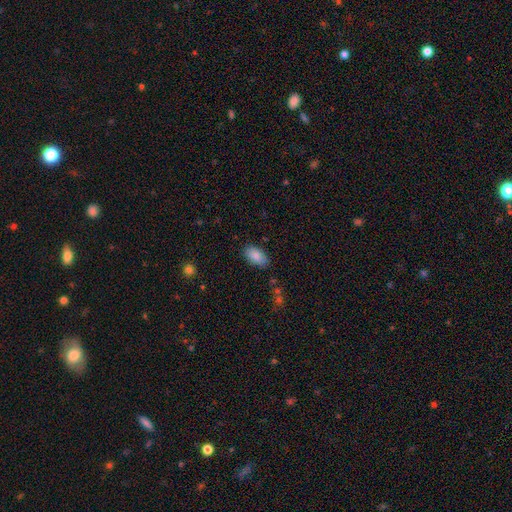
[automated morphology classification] A smooth galaxy with no disk features (87%) that is in between round and cigar-shaped (94%). Merging: none (84%).